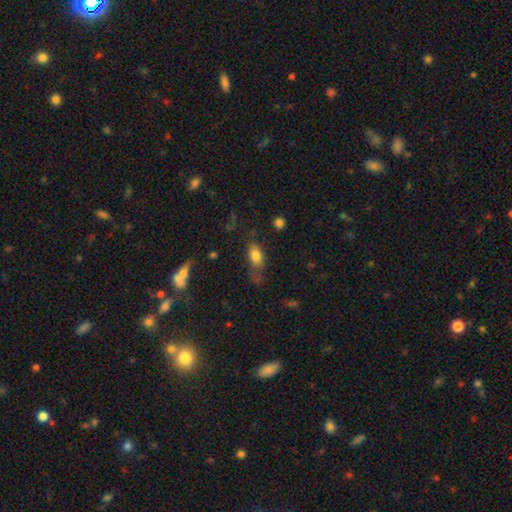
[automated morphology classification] Smooth or featured: smooth — 78% (featured or disk — 12%)
How rounded: in between — 85% (cigar-shaped — 8%)
Merging: none — 50% (minor disturbance — 27%)